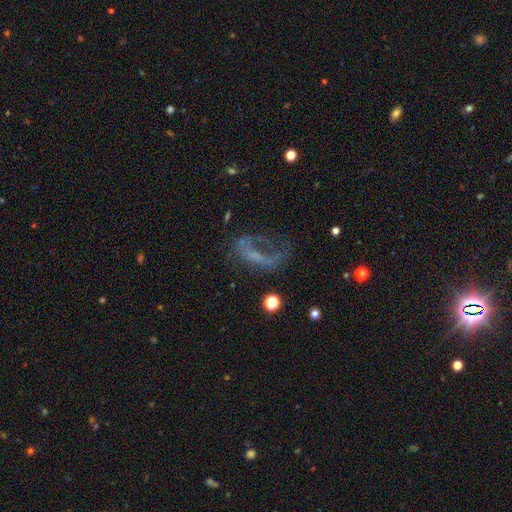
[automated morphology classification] type=featured or disk (52%); edge-on=no (93%); merging=major disturbance (49%).